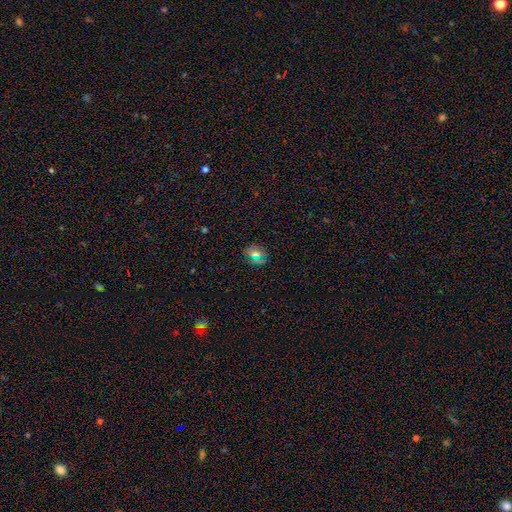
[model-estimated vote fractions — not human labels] A smooth galaxy with no disk features (58%) that is round (52%). Merging: none (84%).